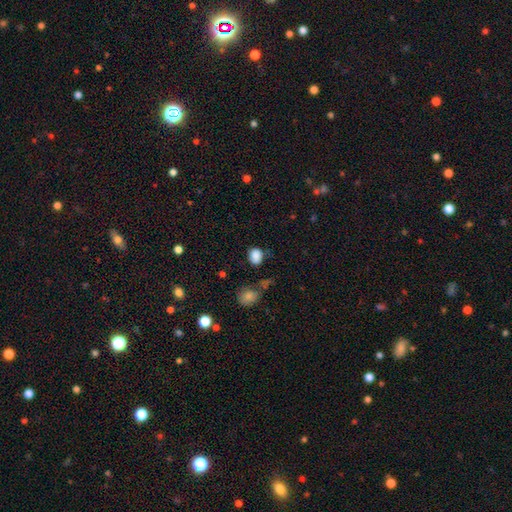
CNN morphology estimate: Q: Smooth or featured?
A: smooth (85%); runner-up: star or artifact (10%)
Q: How rounded?
A: in between (55%); runner-up: round (43%)
Q: Merging?
A: none (67%); runner-up: minor disturbance (21%)